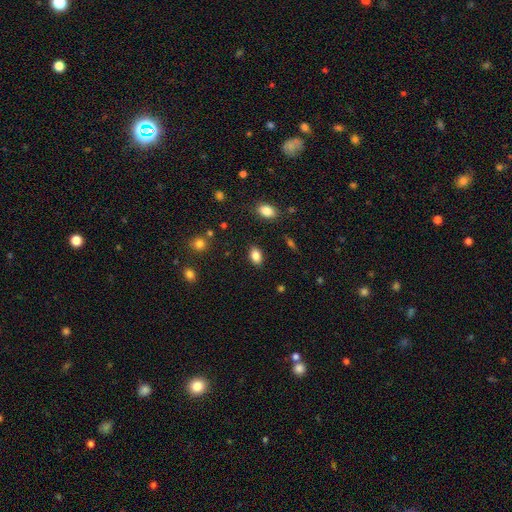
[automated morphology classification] smooth_or_featured: smooth (p=0.85) [alt: star or artifact p=0.09]
how_rounded: in between (p=0.85) [alt: round p=0.14]
merging: none (p=0.87) [alt: minor disturbance p=0.09]